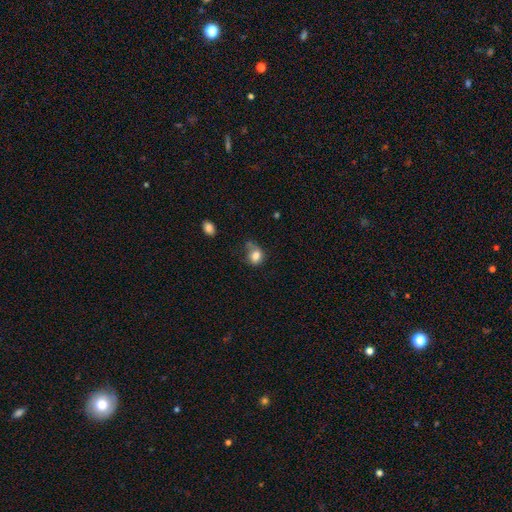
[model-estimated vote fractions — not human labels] Q: Smooth or featured?
A: smooth (81%); runner-up: star or artifact (10%)
Q: How rounded?
A: round (56%); runner-up: in between (43%)
Q: Merging?
A: none (42%); runner-up: minor disturbance (35%)